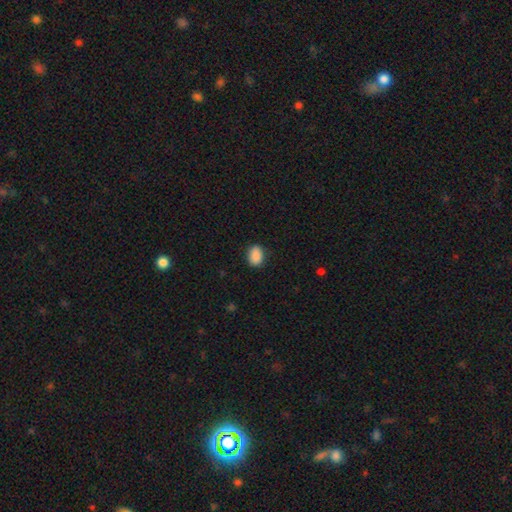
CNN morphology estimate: smooth_or_featured: smooth (p=0.89) [alt: star or artifact p=0.08]
how_rounded: in between (p=0.76) [alt: round p=0.23]
merging: none (p=0.85) [alt: minor disturbance p=0.11]